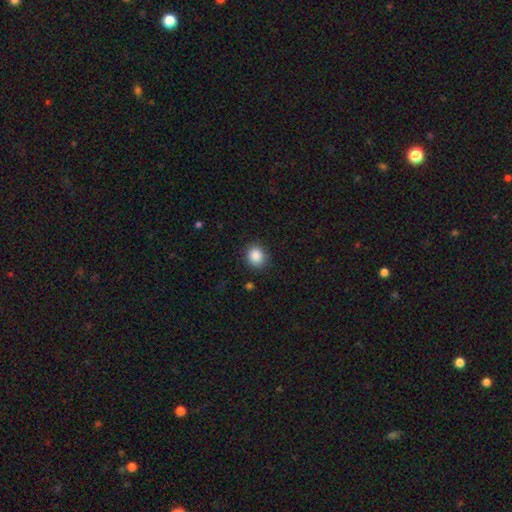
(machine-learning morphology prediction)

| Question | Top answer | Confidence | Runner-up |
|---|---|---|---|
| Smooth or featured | smooth | 88% | star or artifact (9%) |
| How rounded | round | 76% | in between (23%) |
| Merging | none | 87% | minor disturbance (9%) |